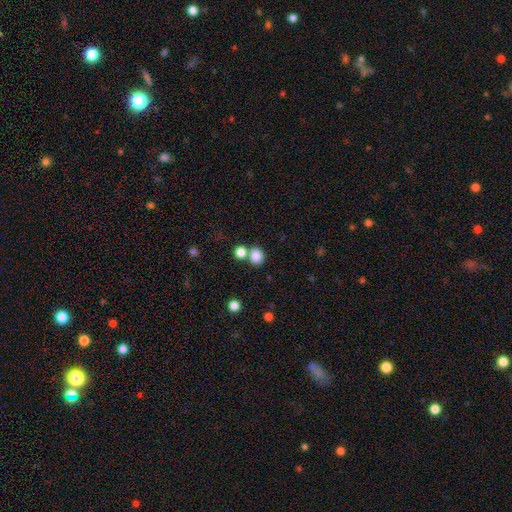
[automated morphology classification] This appears to be a smooth galaxy with no disk features (84%) that is round (71%). Merging: none (58%).